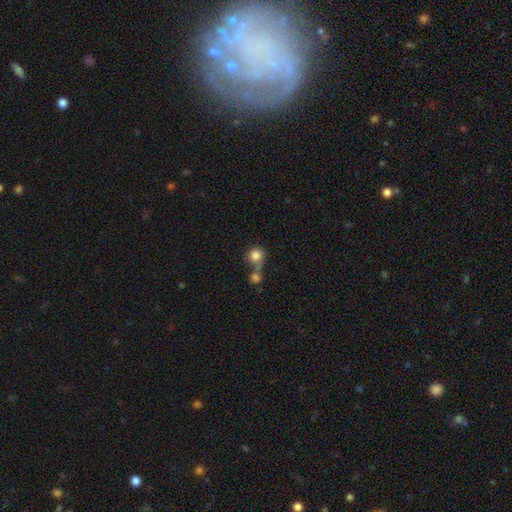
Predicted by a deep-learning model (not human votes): smooth 82%, star or artifact 9%, featured or disk 9%. Down the decision tree: how rounded — round (89%); merging — merger (46%).